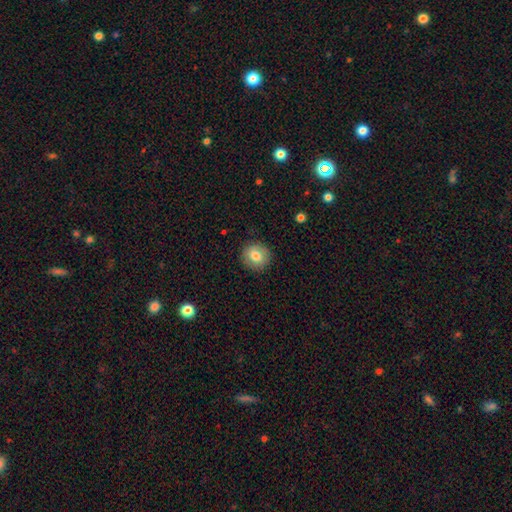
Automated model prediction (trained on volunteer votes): The model was most divided on "smooth or featured": smooth: 78%, featured or disk: 14%, star or artifact: 9%. More confident: merging — none (89%); how rounded — round (87%).